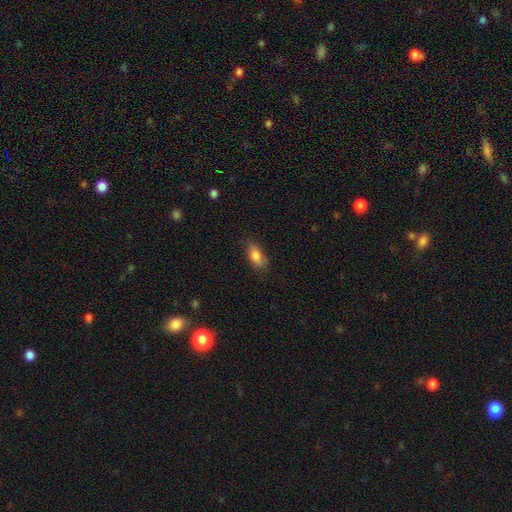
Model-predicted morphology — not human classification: type=smooth (80%); roundness=in between (82%); merging=none (78%).